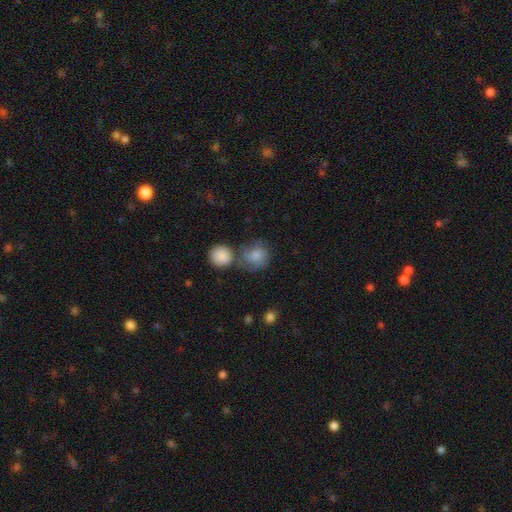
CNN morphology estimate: Q: Smooth or featured?
A: smooth (74%); runner-up: featured or disk (17%)
Q: How rounded?
A: round (77%); runner-up: in between (22%)
Q: Merging?
A: none (43%); runner-up: merger (28%)